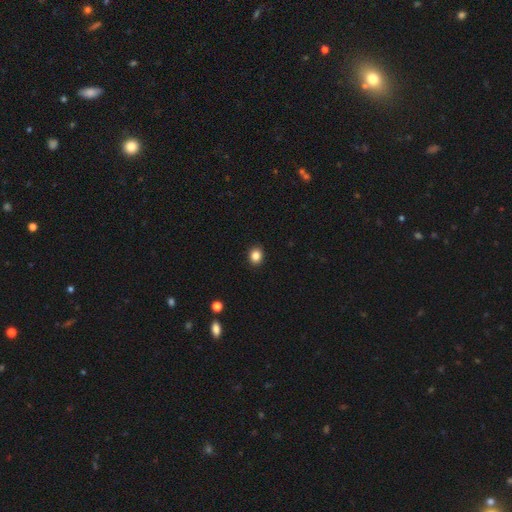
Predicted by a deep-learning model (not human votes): Overall: smooth (85%). How rounded: round (66%; in between 33%). Merging: none (92%).